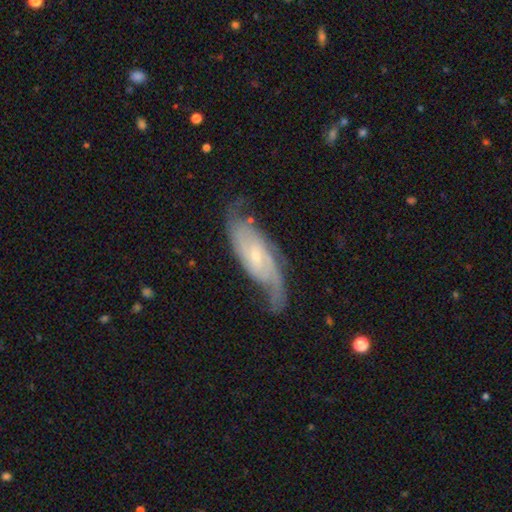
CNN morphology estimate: This appears to be a featured or disk galaxy (82%) with no bar (52%), 2 (66%) medium (42%) spiral arms (94%) and a small central bulge (71%). Merging: none (64%).